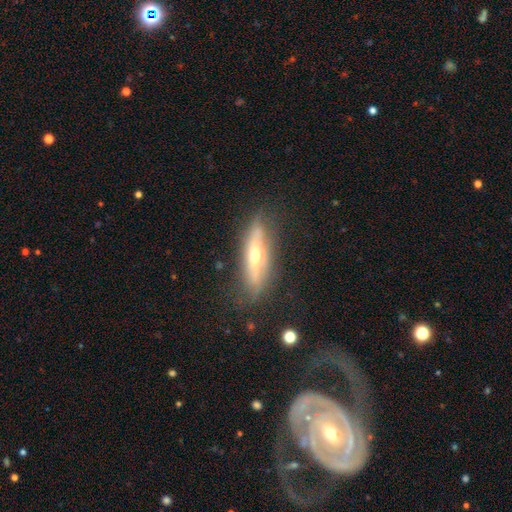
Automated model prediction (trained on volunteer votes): This is likely a featured or disk galaxy (65%). It is likely viewed edge-on (73%). Merging: likely none (66%).